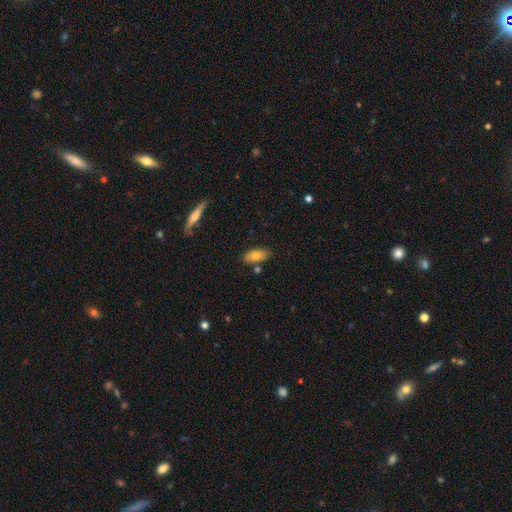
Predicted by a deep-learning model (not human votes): Q: Smooth or featured?
A: smooth (74%); runner-up: featured or disk (19%)
Q: How rounded?
A: in between (87%); runner-up: cigar-shaped (10%)
Q: Merging?
A: none (78%); runner-up: minor disturbance (12%)